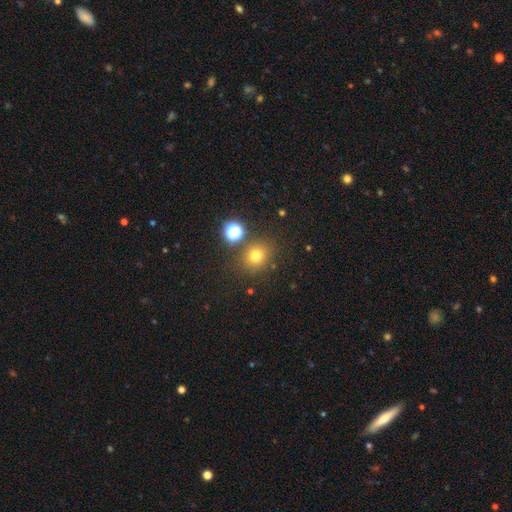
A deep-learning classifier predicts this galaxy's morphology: This appears to be a smooth galaxy with no disk features (72%) that is round (82%). Merging: none (79%).